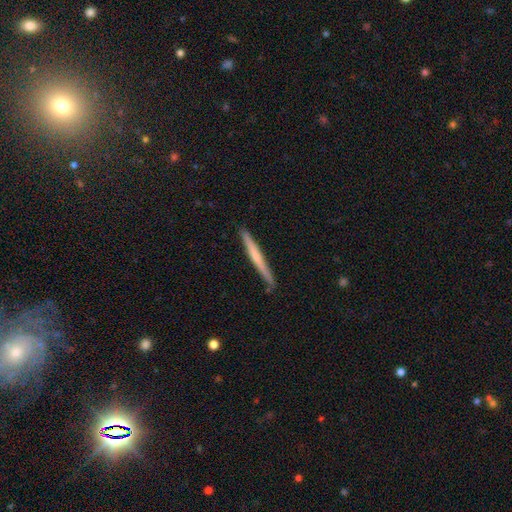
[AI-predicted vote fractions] The model was most divided on "smooth or featured": featured or disk: 48%, smooth: 47%, star or artifact: 5%. More confident: merging — none (88%).